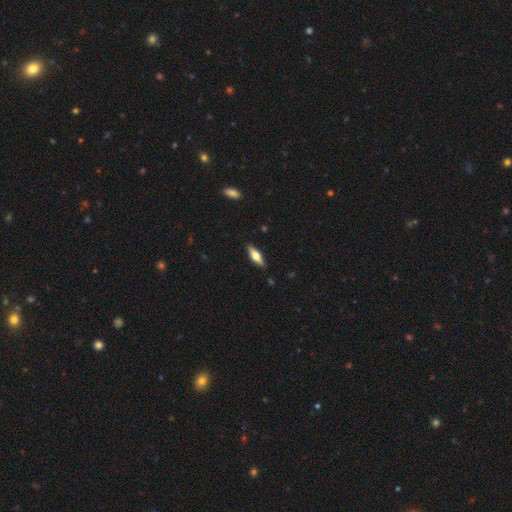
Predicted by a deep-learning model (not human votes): Smooth or featured? smooth (48%)
Merging? none (88%)